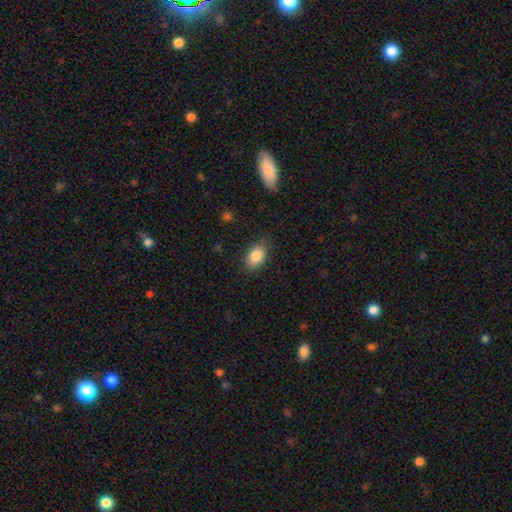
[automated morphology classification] This appears to be a smooth galaxy with no disk features (85%) that is in between round and cigar-shaped (89%). Merging: none (82%).